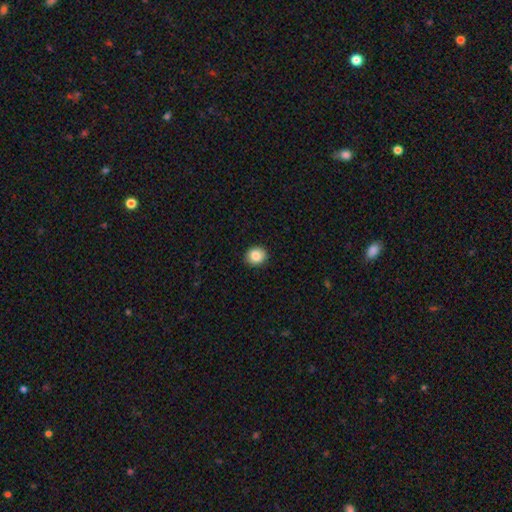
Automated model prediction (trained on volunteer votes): Smooth or featured? Predicted: smooth (p=0.85). How rounded? Predicted: round (p=0.79). Merging? Predicted: none (p=0.91).